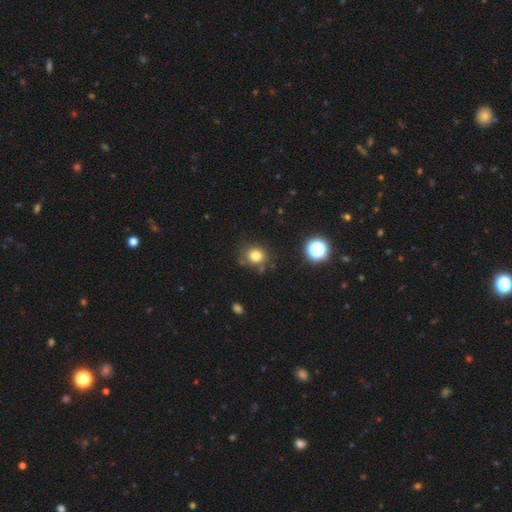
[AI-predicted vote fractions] smooth 79%, star or artifact 14%, featured or disk 7%. Down the decision tree: how rounded — round (76%); merging — none (73%).